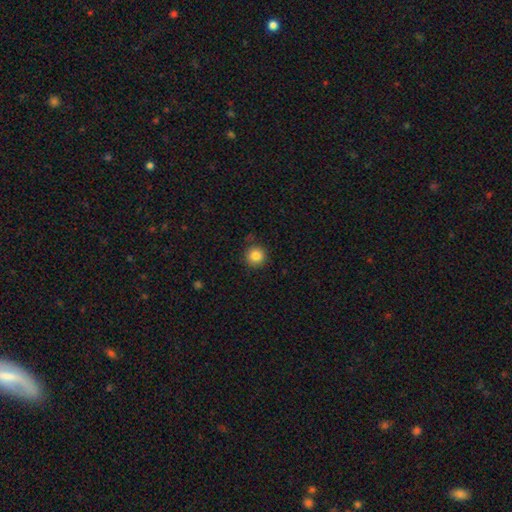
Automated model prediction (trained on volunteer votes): The model was most divided on "smooth or featured": smooth: 85%, star or artifact: 10%, featured or disk: 5%. More confident: how rounded — round (95%); merging — none (88%).